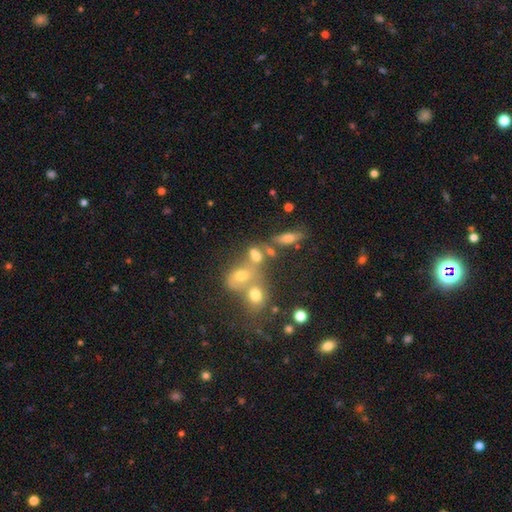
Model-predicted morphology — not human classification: Smooth or featured? smooth (60%)
How rounded? in between (54%)
Merging? merger (48%)